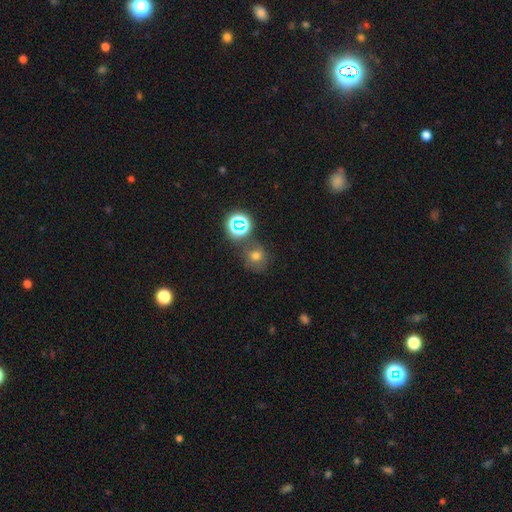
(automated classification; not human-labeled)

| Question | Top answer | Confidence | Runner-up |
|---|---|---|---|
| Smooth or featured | smooth | 60% | star or artifact (26%) |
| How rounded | round | 80% | in between (19%) |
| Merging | none | 61% | minor disturbance (17%) |